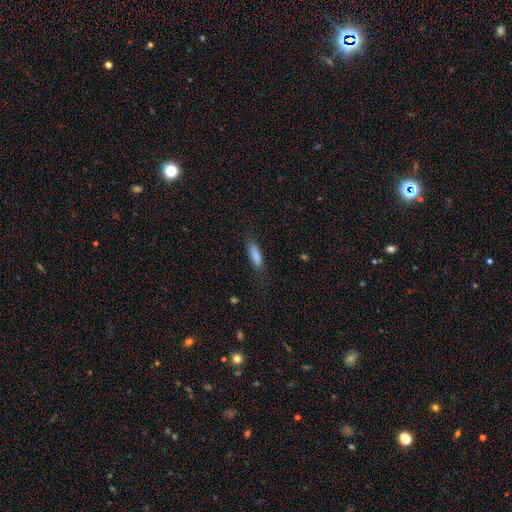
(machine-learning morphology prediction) smooth_or_featured: smooth (p=0.85) [alt: featured or disk p=0.08]
how_rounded: cigar-shaped (p=0.58) [alt: in between p=0.40]
merging: none (p=0.77) [alt: minor disturbance p=0.16]